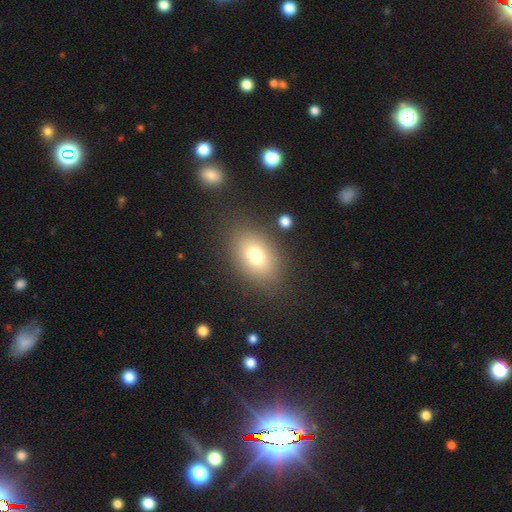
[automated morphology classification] A smooth galaxy with no disk features (74%) that is in between round and cigar-shaped (77%).

Vote fractions:
- Smooth or featured? smooth: 74% / featured or disk: 13% / star or artifact: 12%
- How rounded? in between: 77% / round: 21% / cigar-shaped: 1%
- Merging? none: 82% / minor disturbance: 10% / major disturbance: 5% / merger: 3%